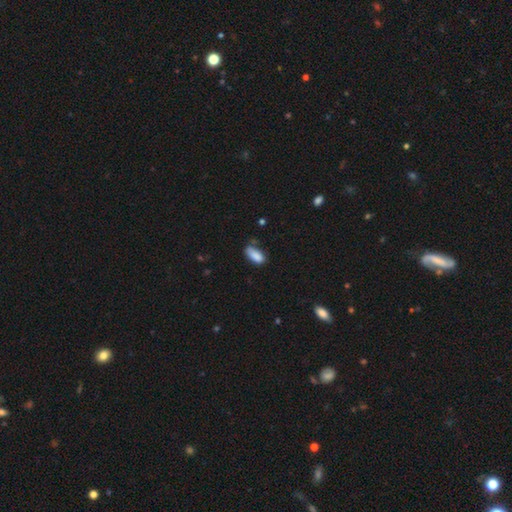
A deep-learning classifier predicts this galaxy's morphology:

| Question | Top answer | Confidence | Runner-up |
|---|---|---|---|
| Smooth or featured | smooth | 86% | star or artifact (8%) |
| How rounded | in between | 87% | cigar-shaped (11%) |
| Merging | none | 52% | minor disturbance (33%) |